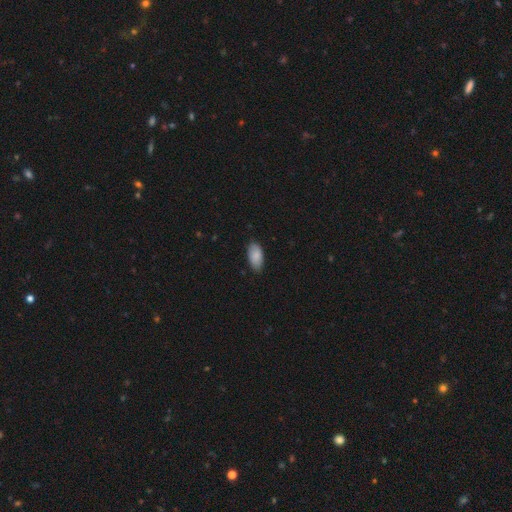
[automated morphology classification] The model was most divided on "merging": none: 82%, minor disturbance: 15%, major disturbance: 2%, merger: 1%. More confident: how rounded — in between (94%); smooth or featured — smooth (87%).